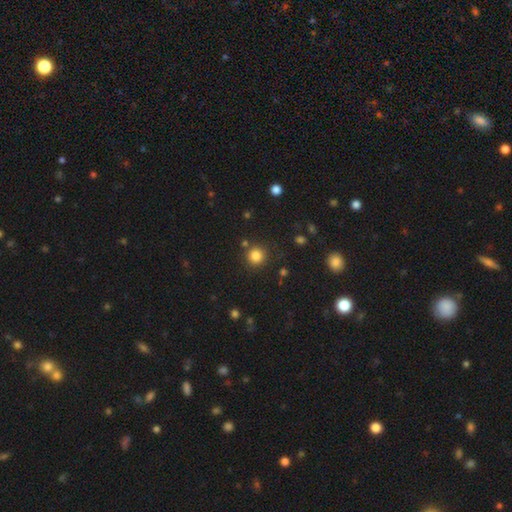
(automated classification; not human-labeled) Morphology: type=smooth (83%); roundness=round (94%); merging=none (85%).